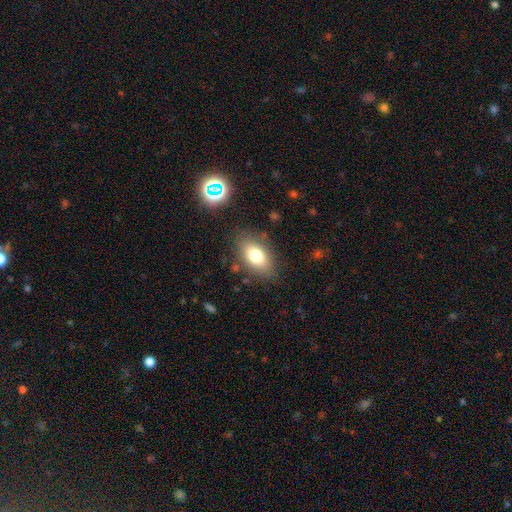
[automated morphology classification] Smooth or featured: smooth — 76% (featured or disk — 14%)
How rounded: in between — 88% (round — 10%)
Merging: none — 82% (minor disturbance — 12%)